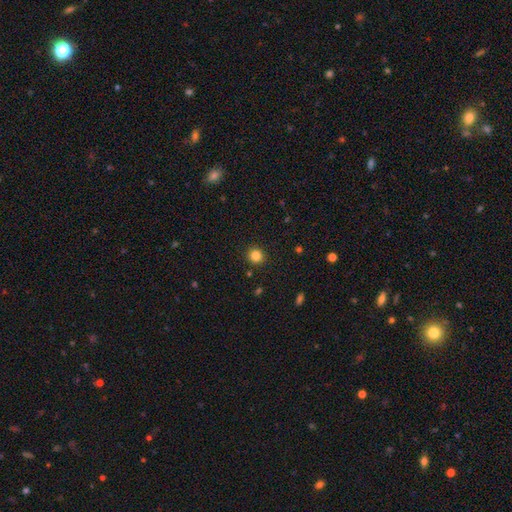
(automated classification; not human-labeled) This appears to be a smooth galaxy with no disk features (83%) that is round (92%). Merging: none (91%).